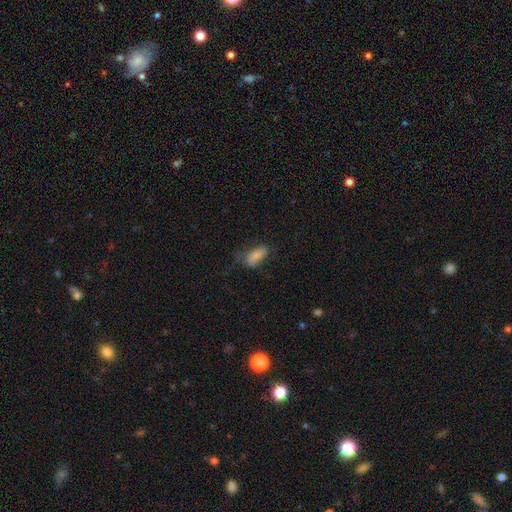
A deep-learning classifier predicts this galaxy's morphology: smooth-or-featured: smooth: 72% | featured or disk: 19% | star or artifact: 9%
  how-rounded: in between: 79% | cigar-shaped: 18% | round: 3%
  merging: none: 47% | minor disturbance: 30% | major disturbance: 21% | merger: 2%